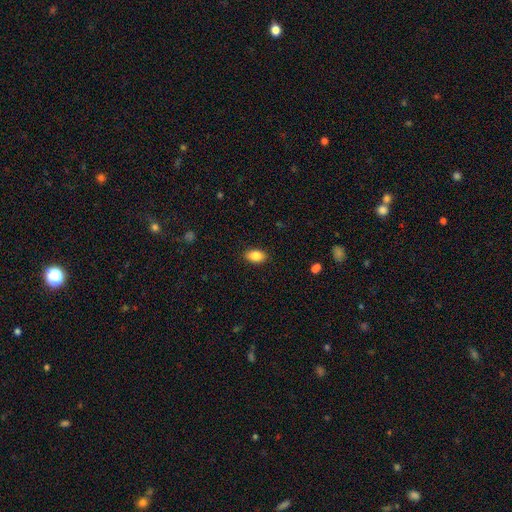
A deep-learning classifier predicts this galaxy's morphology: Smooth or featured?
  - smooth: 86% *
  - star or artifact: 8%
  - featured or disk: 6%
How rounded?
  - in between: 89% *
  - round: 8%
  - cigar-shaped: 2%
Merging?
  - none: 88% *
  - minor disturbance: 9%
  - major disturbance: 2%
  - merger: 1%